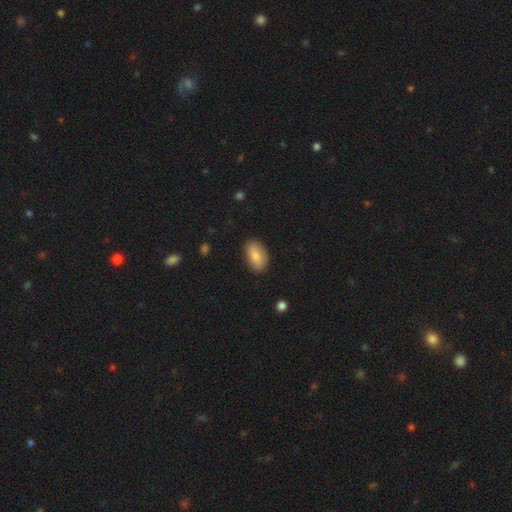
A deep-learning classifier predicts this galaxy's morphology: This appears to be a smooth galaxy with no disk features (83%) that is in between round and cigar-shaped (93%). Merging: none (86%).